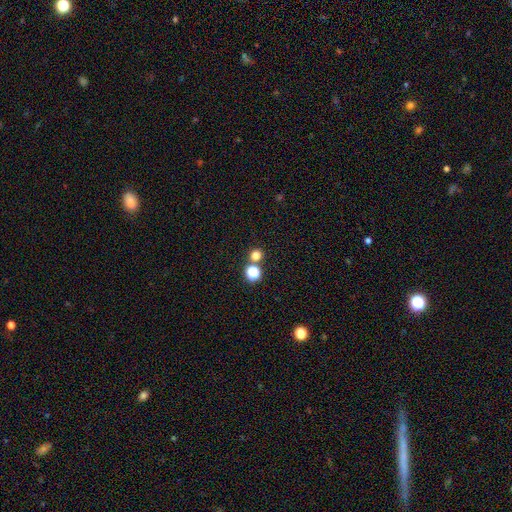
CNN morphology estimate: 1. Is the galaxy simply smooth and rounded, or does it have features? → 73% smooth, 21% star or artifact, 5% featured or disk.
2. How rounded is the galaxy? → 90% round, 9% in between, 1% cigar-shaped.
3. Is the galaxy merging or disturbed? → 72% none, 19% merger, 6% minor disturbance, 3% major disturbance.